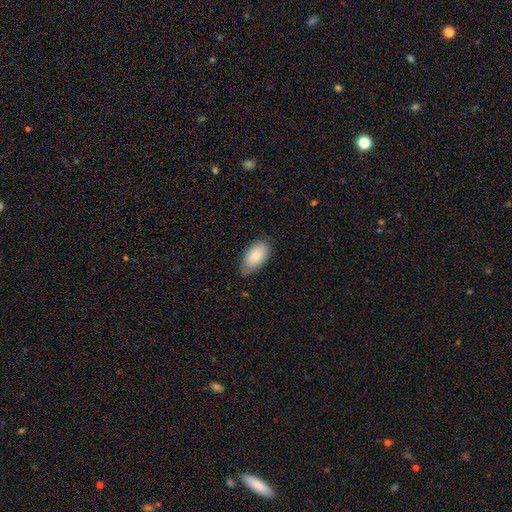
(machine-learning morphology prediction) Overall: smooth (84%). How rounded: in between (95%). Merging: none (72%).